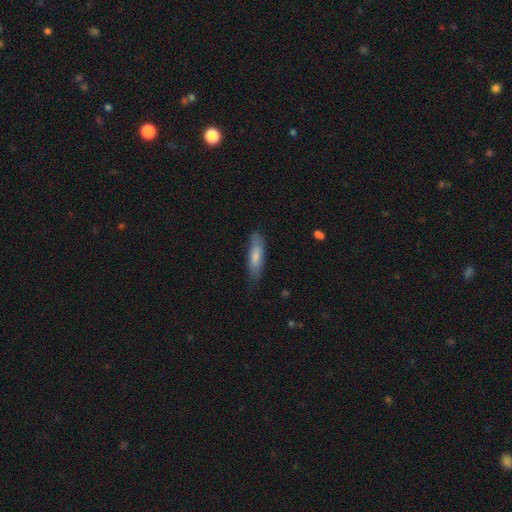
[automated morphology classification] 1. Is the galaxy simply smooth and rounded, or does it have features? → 76% smooth, 18% featured or disk, 6% star or artifact.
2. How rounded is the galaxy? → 63% cigar-shaped, 35% in between, 2% round.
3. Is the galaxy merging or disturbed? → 73% none, 21% minor disturbance, 4% major disturbance, 1% merger.